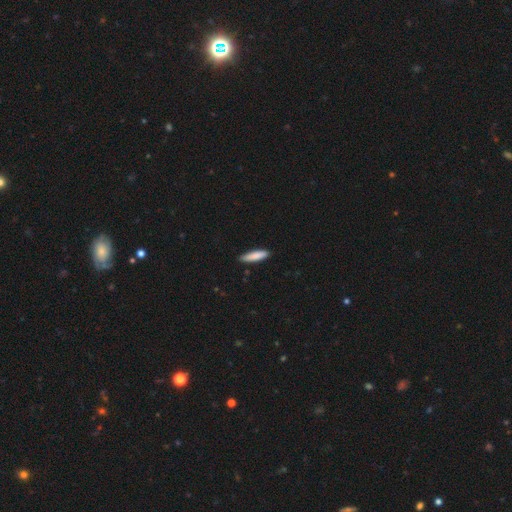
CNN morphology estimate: A smooth galaxy with no disk features (84%) that is cigar-shaped (75%). Merging: none (86%).